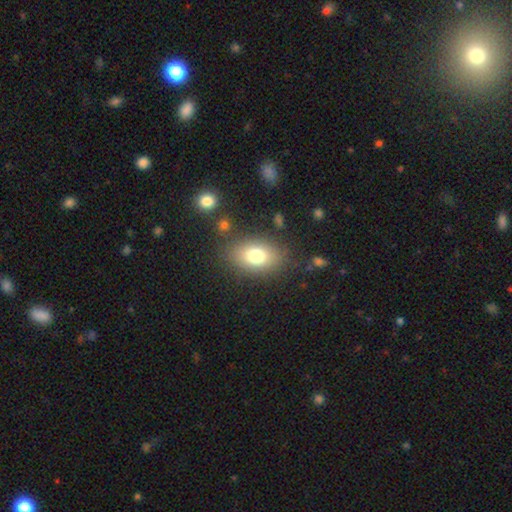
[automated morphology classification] This appears to be a smooth galaxy with no disk features (77%) that is in between round and cigar-shaped (80%). Merging: none (82%).